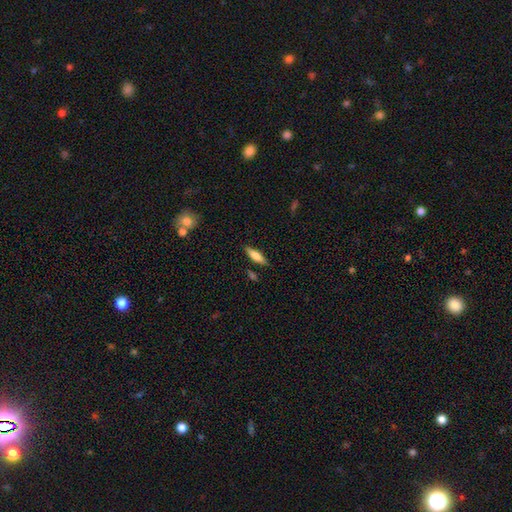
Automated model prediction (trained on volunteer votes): Smooth or featured? smooth (66%)
How rounded? cigar-shaped (53%)
Merging? none (84%)